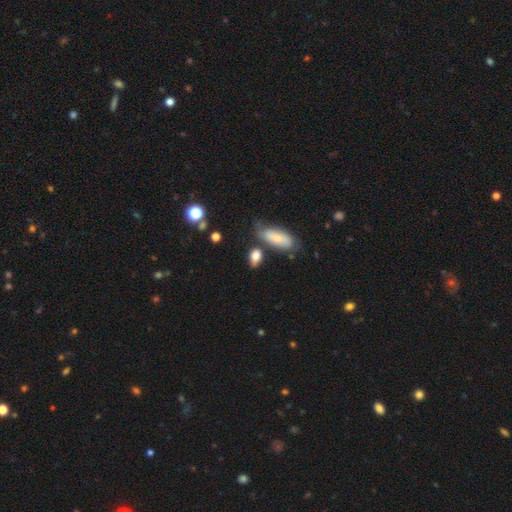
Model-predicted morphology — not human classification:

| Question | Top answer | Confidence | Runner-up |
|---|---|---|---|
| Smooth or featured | smooth | 79% | featured or disk (12%) |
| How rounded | in between | 76% | round (18%) |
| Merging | none | 59% | minor disturbance (20%) |